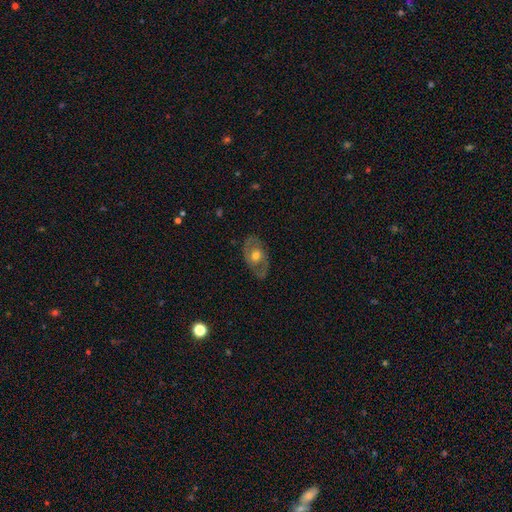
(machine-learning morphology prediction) Overall: featured or disk (55%; smooth 38%). Edge-on disk: no (90%). Merging: none (77%).